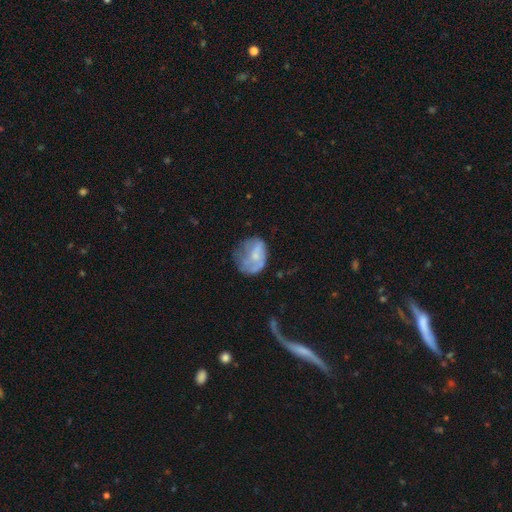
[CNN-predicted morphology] smooth-or-featured: smooth: 47% | featured or disk: 44% | star or artifact: 9%
  merging: none: 38% | major disturbance: 29% | minor disturbance: 28% | merger: 5%